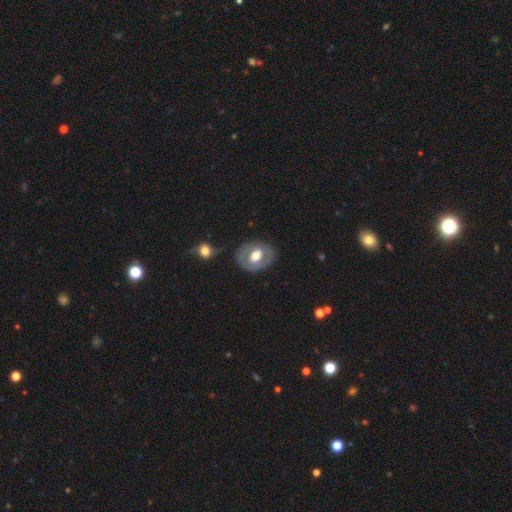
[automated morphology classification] featured or disk 50%, smooth 44%, star or artifact 6%. Down the decision tree: edge-on disk — no (94%); merging — none (73%).